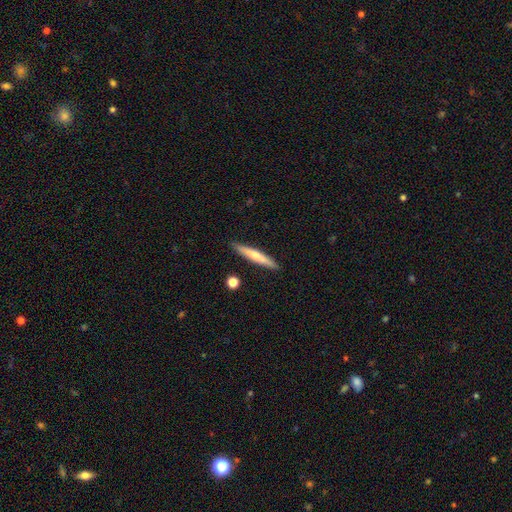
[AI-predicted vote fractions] Smooth or featured: smooth — 58% (featured or disk — 36%)
How rounded: cigar-shaped — 94% (in between — 4%)
Merging: none — 90% (minor disturbance — 7%)